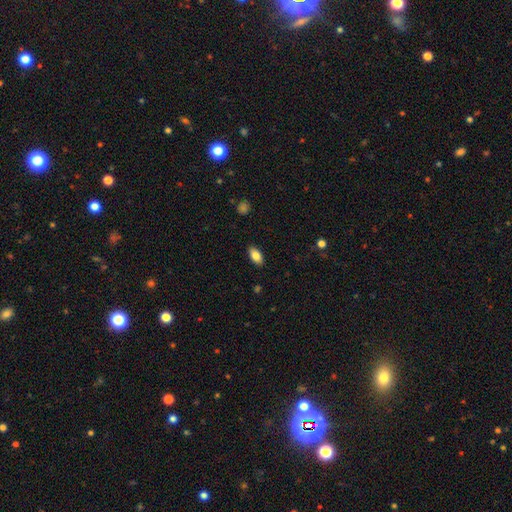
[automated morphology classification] Smooth or featured: smooth — 85% (featured or disk — 8%)
How rounded: in between — 91% (cigar-shaped — 5%)
Merging: none — 88% (minor disturbance — 9%)